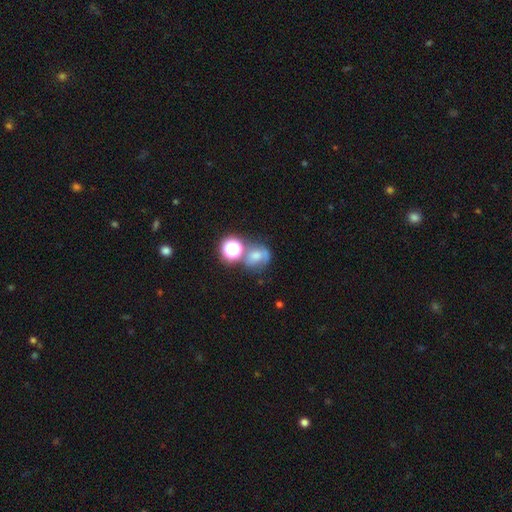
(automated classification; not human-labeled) smooth_or_featured: smooth (p=0.35) [alt: featured or disk p=0.33]
merging: none (p=0.50) [alt: merger p=0.25]